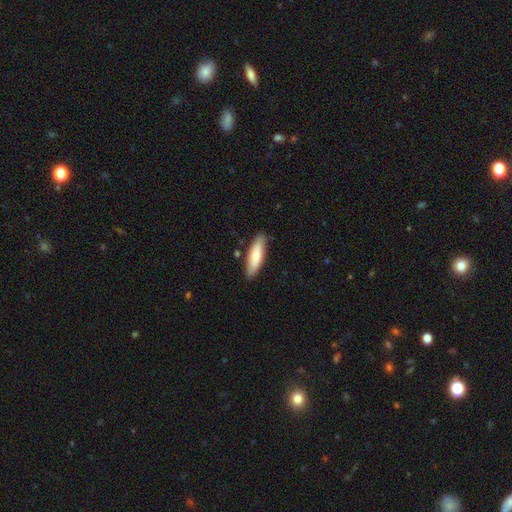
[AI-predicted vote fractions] smooth_or_featured: smooth (p=0.77) [alt: featured or disk p=0.18]
how_rounded: cigar-shaped (p=0.57) [alt: in between p=0.42]
merging: none (p=0.84) [alt: minor disturbance p=0.12]